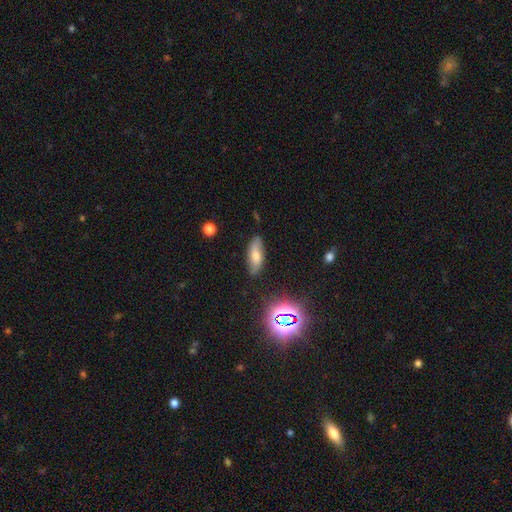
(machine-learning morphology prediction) The model was most divided on "smooth or featured": smooth: 50%, featured or disk: 31%, star or artifact: 19%. More confident: merging — none (79%); how rounded — in between (62%).